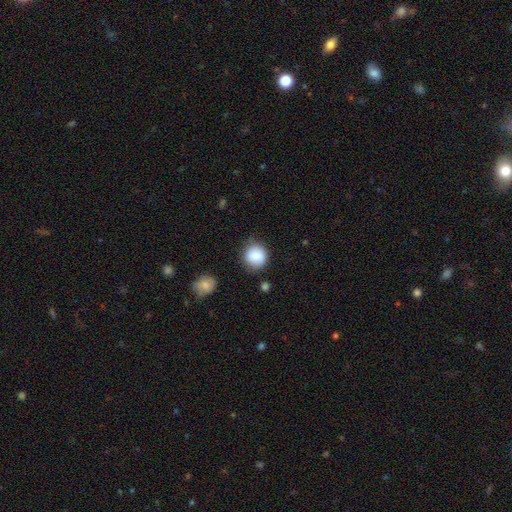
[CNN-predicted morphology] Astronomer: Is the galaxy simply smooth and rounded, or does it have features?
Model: smooth — 85%.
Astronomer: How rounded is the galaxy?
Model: round — 86%.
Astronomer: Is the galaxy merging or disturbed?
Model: none — 72%.